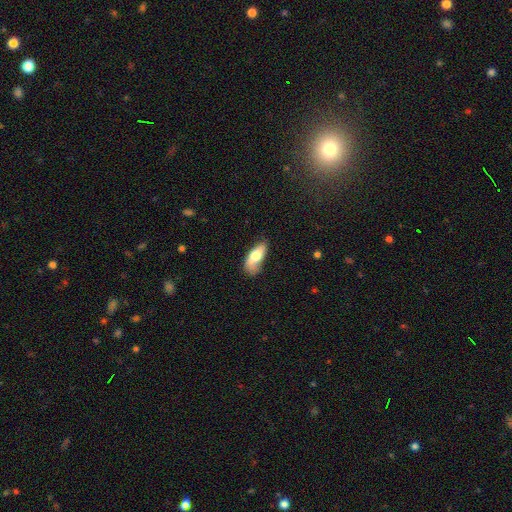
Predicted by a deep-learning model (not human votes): Q: Smooth or featured?
A: smooth (74%); runner-up: featured or disk (20%)
Q: How rounded?
A: in between (80%); runner-up: cigar-shaped (17%)
Q: Merging?
A: none (49%); runner-up: minor disturbance (35%)